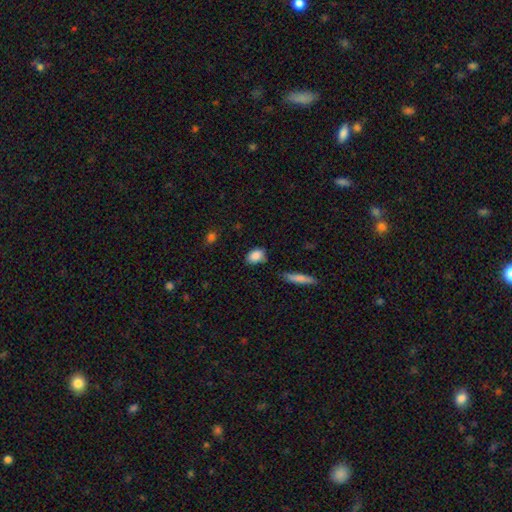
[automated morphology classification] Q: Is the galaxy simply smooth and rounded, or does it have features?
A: smooth — 87%.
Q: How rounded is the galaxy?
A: in between — 77%.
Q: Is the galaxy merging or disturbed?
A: none — 68%.